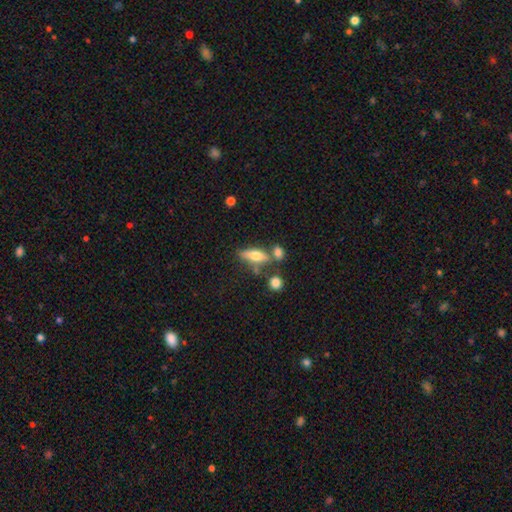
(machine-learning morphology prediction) type=smooth (62%); roundness=in between (55%); merging=none (56%).